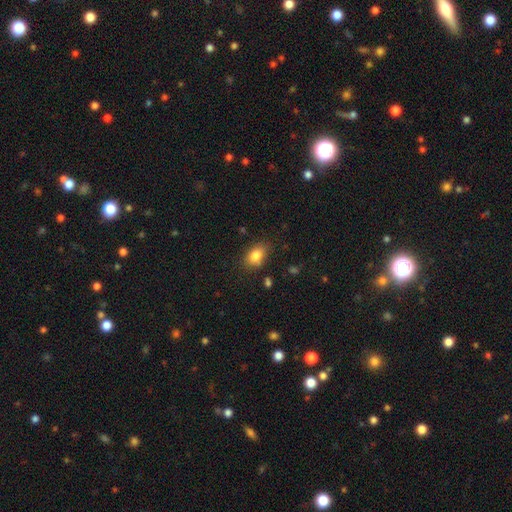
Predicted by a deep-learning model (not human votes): smooth-or-featured: smooth: 82% | star or artifact: 9% | featured or disk: 9%
  how-rounded: in between: 82% | round: 16% | cigar-shaped: 2%
  merging: none: 75% | minor disturbance: 18% | major disturbance: 4% | merger: 4%